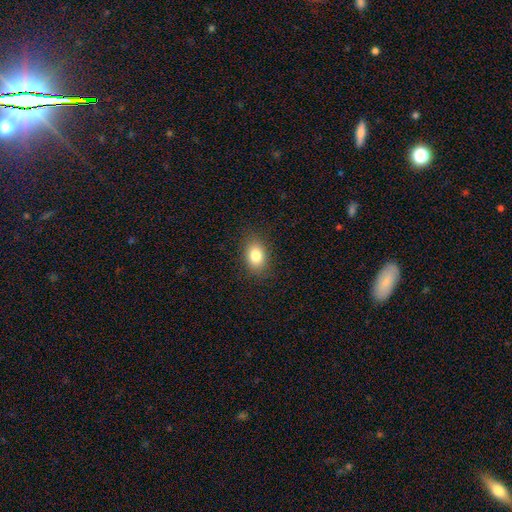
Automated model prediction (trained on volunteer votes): Morphology: type=smooth (82%); roundness=in between (78%); merging=none (86%).